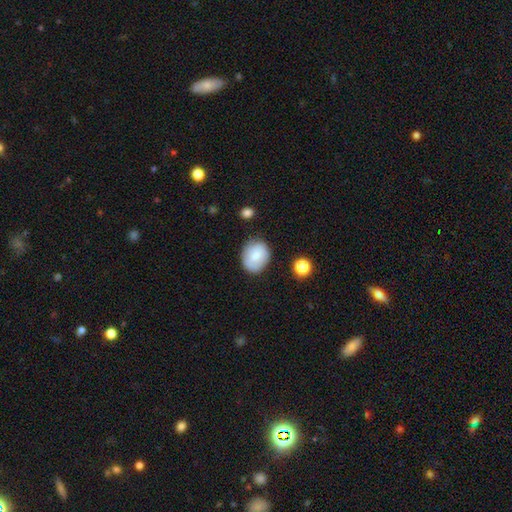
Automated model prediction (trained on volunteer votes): This is likely a smooth galaxy (69%). How rounded: possibly round (55%). Merging: likely none (76%).